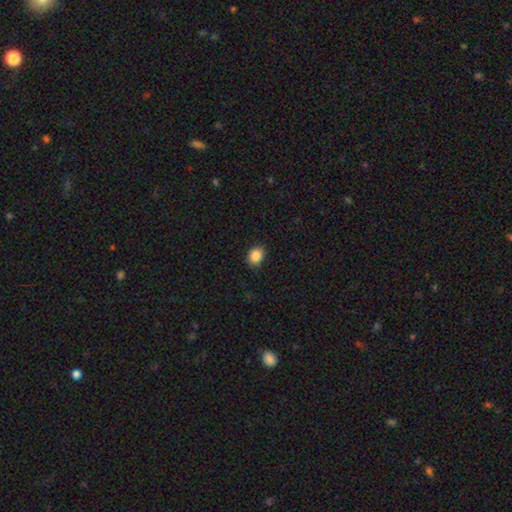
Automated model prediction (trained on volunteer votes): This appears to be a smooth galaxy with no disk features (87%) that is round (57%). Merging: none (86%).